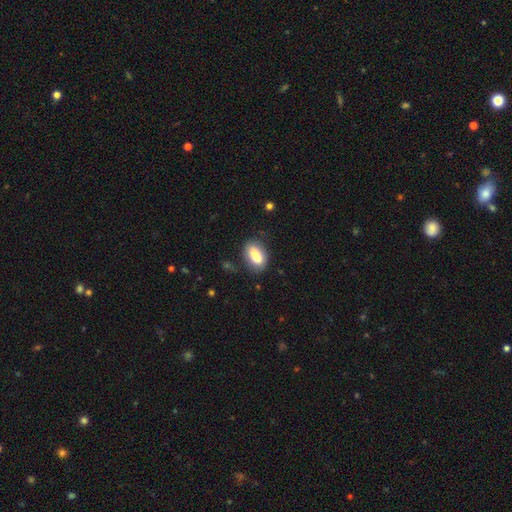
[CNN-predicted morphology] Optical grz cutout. It shows a smooth galaxy with no disk features (82%) that is in between round and cigar-shaped (88%). Merging: none (76%).